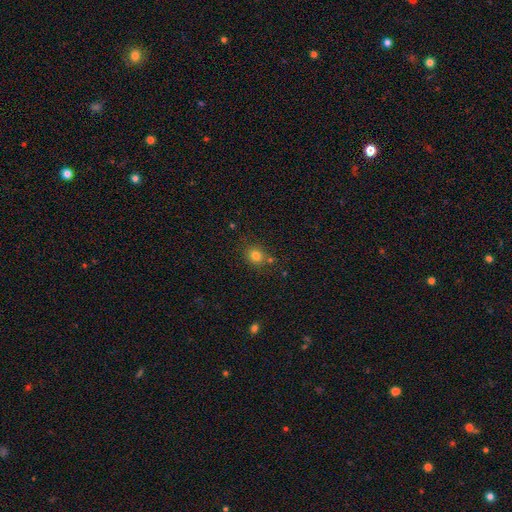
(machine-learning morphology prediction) This is likely a smooth galaxy (78%). How rounded: likely round (78%). Merging: likely none (76%).